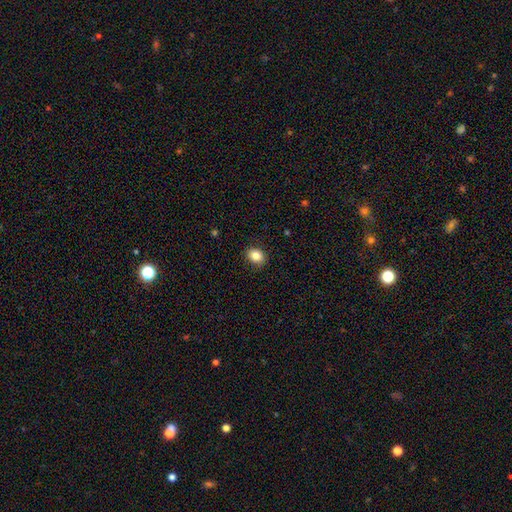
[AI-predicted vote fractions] Smooth or featured? Predicted: smooth (p=0.85). How rounded? Predicted: in between (p=0.54). Merging? Predicted: none (p=0.88).